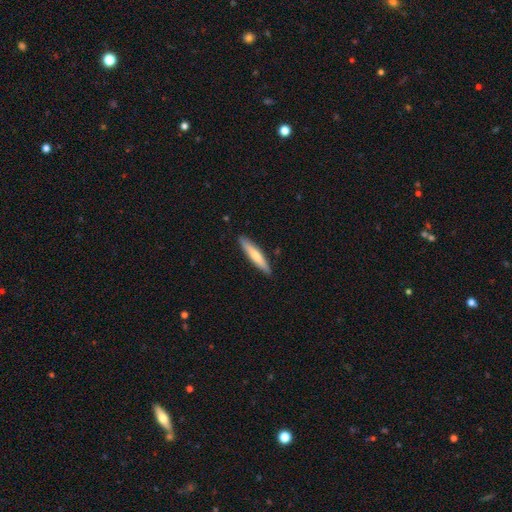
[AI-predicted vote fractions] Smooth or featured?
  - smooth: 66% *
  - featured or disk: 29%
  - star or artifact: 5%
How rounded?
  - cigar-shaped: 91% *
  - in between: 8%
  - round: 1%
Merging?
  - none: 89% *
  - minor disturbance: 8%
  - major disturbance: 1%
  - merger: 1%